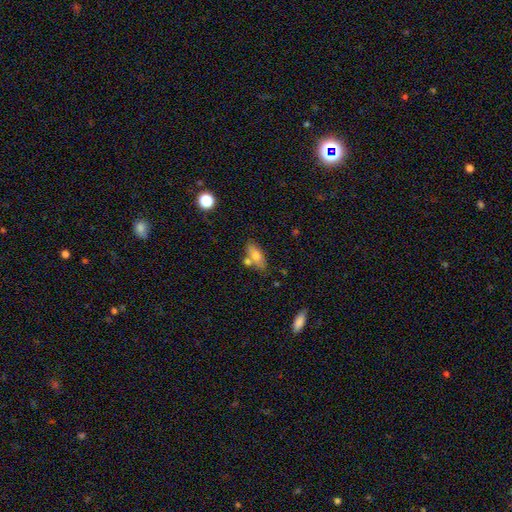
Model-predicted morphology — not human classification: Smooth or featured?
  - smooth: 69% *
  - featured or disk: 23%
  - star or artifact: 8%
How rounded?
  - in between: 81% *
  - cigar-shaped: 14%
  - round: 5%
Merging?
  - none: 59% *
  - merger: 22%
  - minor disturbance: 15%
  - major disturbance: 4%